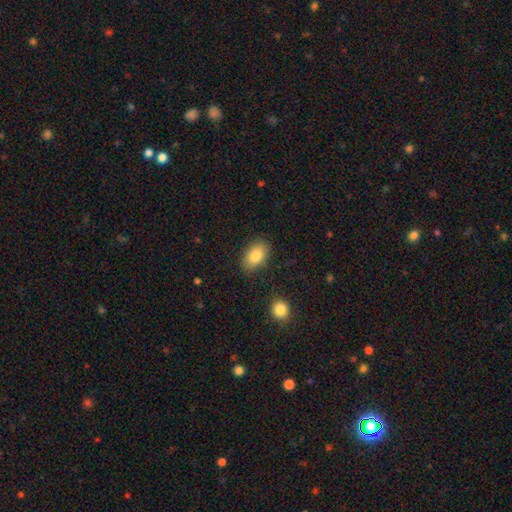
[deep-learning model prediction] smooth 83%, featured or disk 10%, star or artifact 7%. Down the decision tree: how rounded — in between (90%); merging — none (84%).